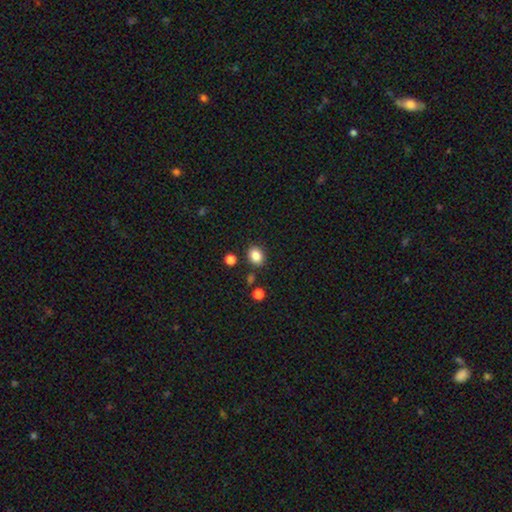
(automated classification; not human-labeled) Morphology: type=smooth (85%); roundness=in between (54%); merging=none (83%).